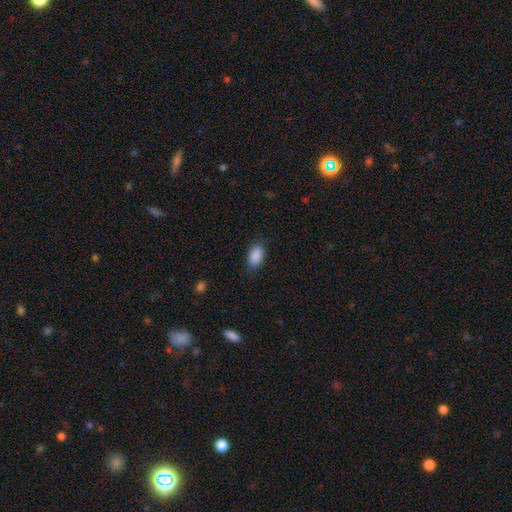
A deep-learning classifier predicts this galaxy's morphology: This is clearly a smooth galaxy (90%). How rounded: clearly in between (93%). Merging: clearly none (86%).